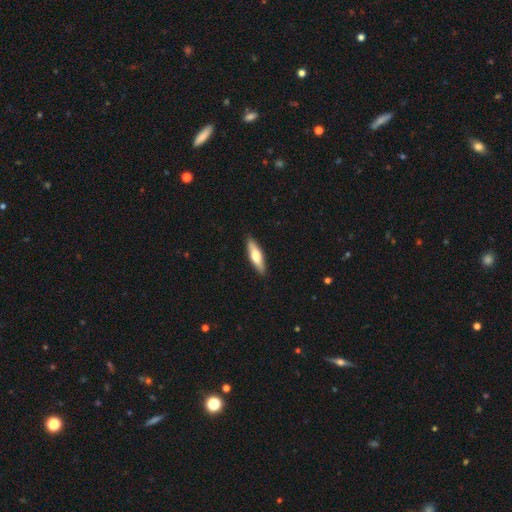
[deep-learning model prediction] A smooth galaxy with no disk features (60%) that is cigar-shaped (62%).

Vote fractions:
- Smooth or featured? smooth: 60% / featured or disk: 35% / star or artifact: 5%
- How rounded? cigar-shaped: 62% / in between: 36% / round: 2%
- Merging? none: 89% / minor disturbance: 9% / major disturbance: 2% / merger: 1%